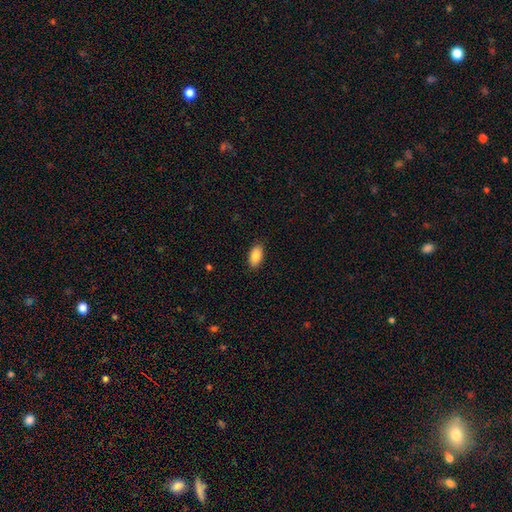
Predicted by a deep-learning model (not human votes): A smooth galaxy with no disk features (88%) that is in between round and cigar-shaped (93%).

Vote fractions:
- Smooth or featured? smooth: 88% / star or artifact: 7% / featured or disk: 5%
- How rounded? in between: 93% / cigar-shaped: 4% / round: 3%
- Merging? none: 88% / minor disturbance: 9% / major disturbance: 2% / merger: 1%